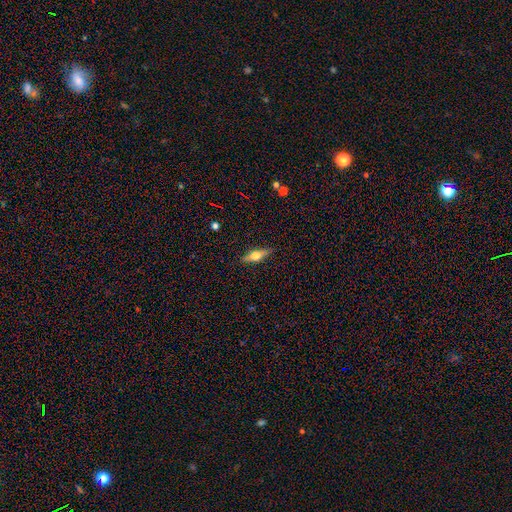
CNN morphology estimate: This is possibly a featured or disk galaxy (55%). It is clearly viewed edge-on (94%). Edge-on bulge: clearly rounded (94%). Merging: clearly none (88%).